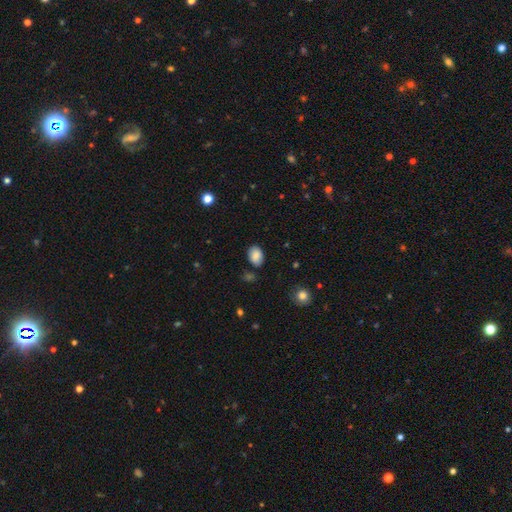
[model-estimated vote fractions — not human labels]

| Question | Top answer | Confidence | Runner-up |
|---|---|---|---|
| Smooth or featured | smooth | 86% | star or artifact (8%) |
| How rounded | in between | 79% | round (19%) |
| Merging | none | 80% | minor disturbance (13%) |